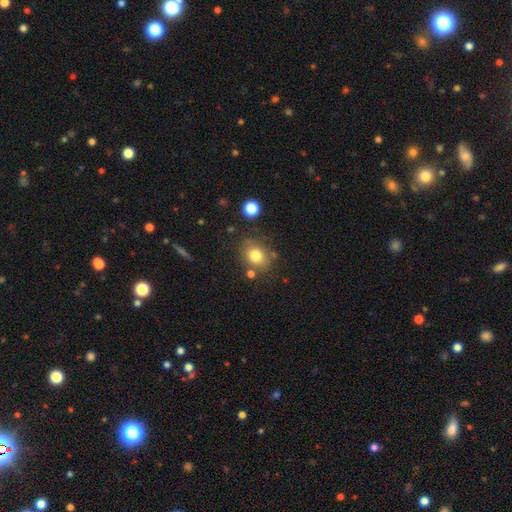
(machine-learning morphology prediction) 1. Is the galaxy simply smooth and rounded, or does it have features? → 79% smooth, 11% star or artifact, 10% featured or disk.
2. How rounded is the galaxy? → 60% round, 39% in between, 1% cigar-shaped.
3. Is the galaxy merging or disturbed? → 73% none, 14% minor disturbance, 8% merger, 5% major disturbance.